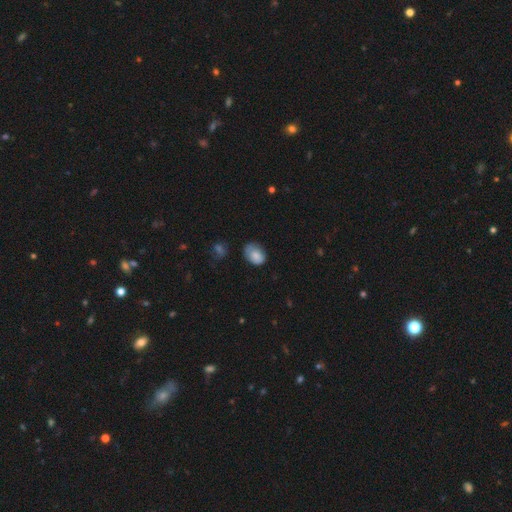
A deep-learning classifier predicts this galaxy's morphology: The model was most divided on "merging": none: 55%, minor disturbance: 34%, major disturbance: 9%, merger: 2%. More confident: smooth or featured — smooth (81%); how rounded — in between (75%).